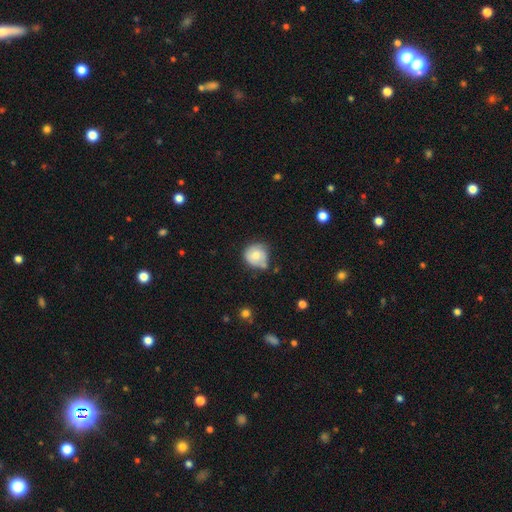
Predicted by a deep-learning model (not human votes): Smooth or featured: smooth — 66% (featured or disk — 26%)
How rounded: round — 82% (in between — 17%)
Merging: none — 50% (minor disturbance — 34%)